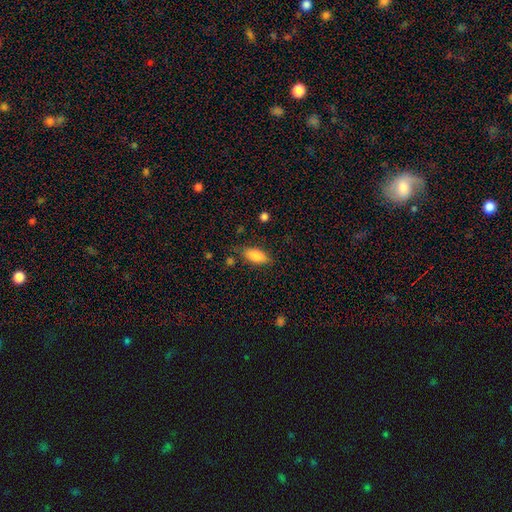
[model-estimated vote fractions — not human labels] Smooth or featured: smooth — 83% (featured or disk — 10%)
How rounded: in between — 85% (cigar-shaped — 12%)
Merging: none — 76% (minor disturbance — 16%)